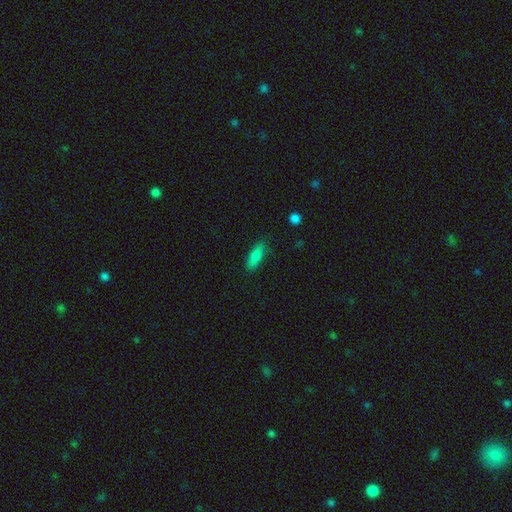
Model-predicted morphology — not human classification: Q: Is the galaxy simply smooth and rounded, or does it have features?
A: smooth — 80%.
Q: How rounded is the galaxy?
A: in between — 52%.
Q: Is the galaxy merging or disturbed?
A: none — 82%.